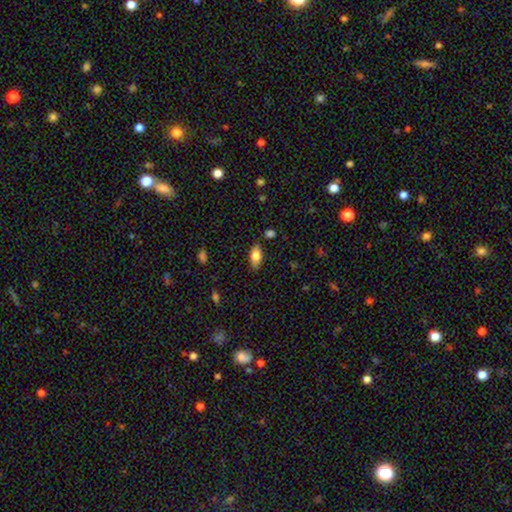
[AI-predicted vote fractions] This appears to be a smooth galaxy with no disk features (80%) that is in between round and cigar-shaped (90%). Merging: none (82%).